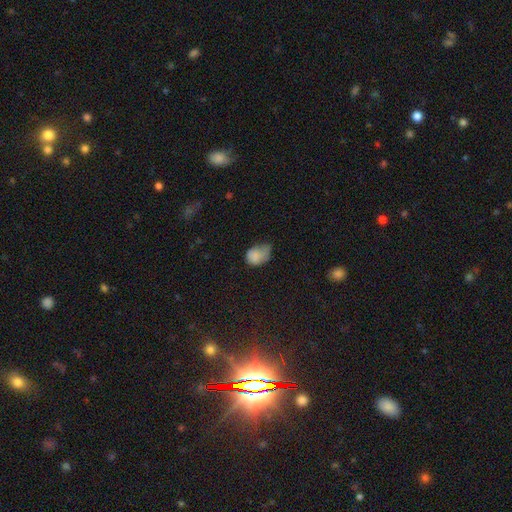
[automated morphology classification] smooth 77%, featured or disk 12%, star or artifact 11%. Down the decision tree: how rounded — in between (74%); merging — minor disturbance (48%).